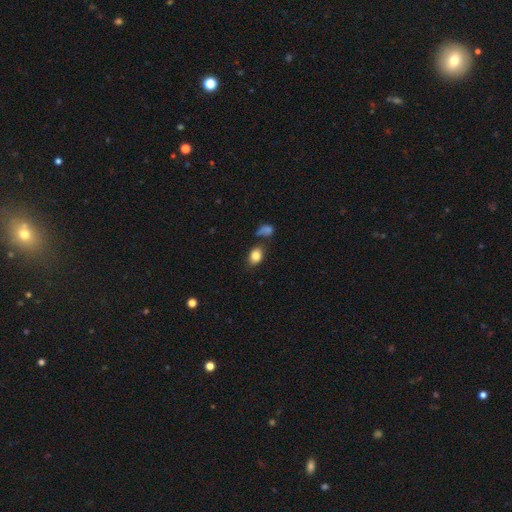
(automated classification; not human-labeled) The model was most divided on "how rounded": in between: 74%, round: 24%, cigar-shaped: 1%. More confident: smooth or featured — smooth (83%); merging — none (68%).